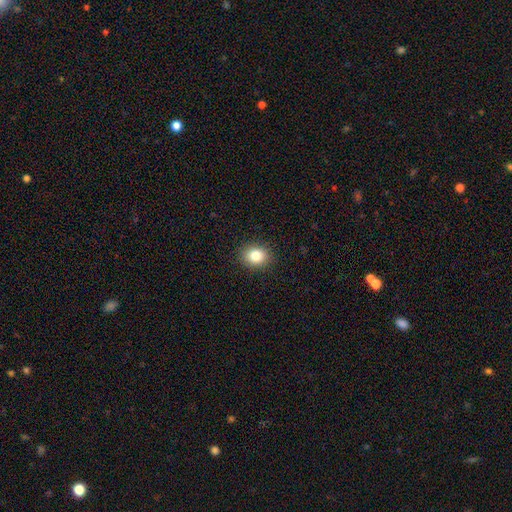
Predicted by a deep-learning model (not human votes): Smooth or featured? Predicted: smooth (p=0.83). How rounded? Predicted: round (p=0.54). Merging? Predicted: none (p=0.90).